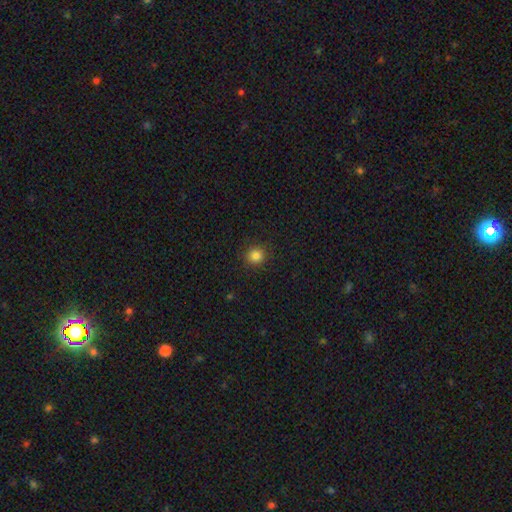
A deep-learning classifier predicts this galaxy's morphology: smooth-or-featured: smooth: 83% | star or artifact: 12% | featured or disk: 4%
  how-rounded: round: 92% | in between: 7% | cigar-shaped: 1%
  merging: none: 91% | minor disturbance: 6% | major disturbance: 2% | merger: 1%